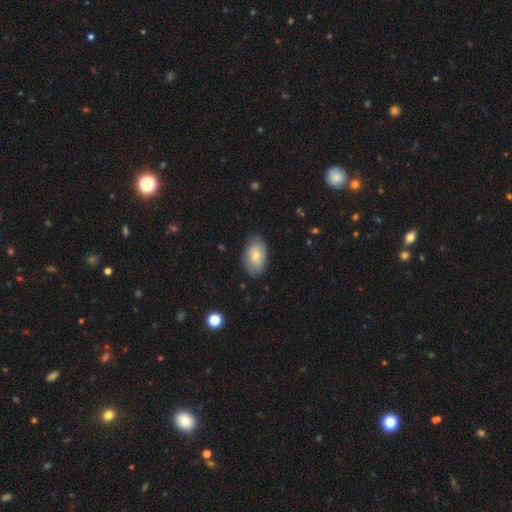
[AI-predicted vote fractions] Smooth or featured?
  - smooth: 71% *
  - featured or disk: 22%
  - star or artifact: 6%
How rounded?
  - in between: 92% *
  - round: 7%
  - cigar-shaped: 1%
Merging?
  - none: 79% *
  - minor disturbance: 17%
  - major disturbance: 3%
  - merger: 1%